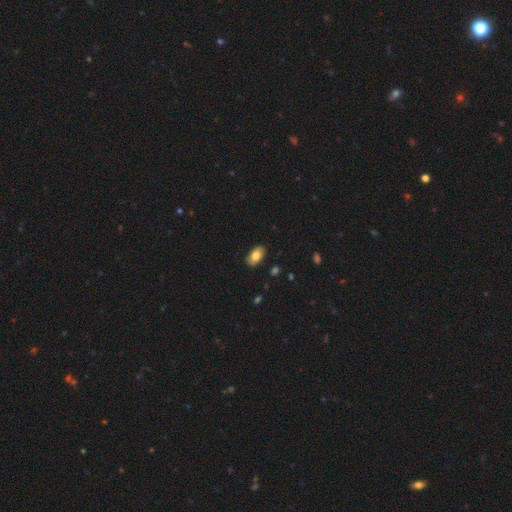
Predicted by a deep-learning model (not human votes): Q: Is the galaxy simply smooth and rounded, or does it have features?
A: smooth — 79%.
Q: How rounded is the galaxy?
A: in between — 93%.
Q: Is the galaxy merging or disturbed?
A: none — 86%.